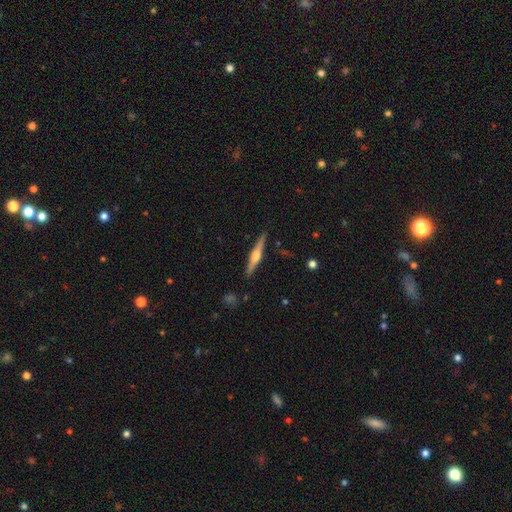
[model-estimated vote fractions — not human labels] Q: Smooth or featured?
A: featured or disk (73%); runner-up: smooth (22%)
Q: Edge-on disk?
A: yes (98%); runner-up: no (2%)
Q: Edge-on bulge?
A: rounded (91%); runner-up: boxy (6%)
Q: Merging?
A: none (90%); runner-up: minor disturbance (7%)